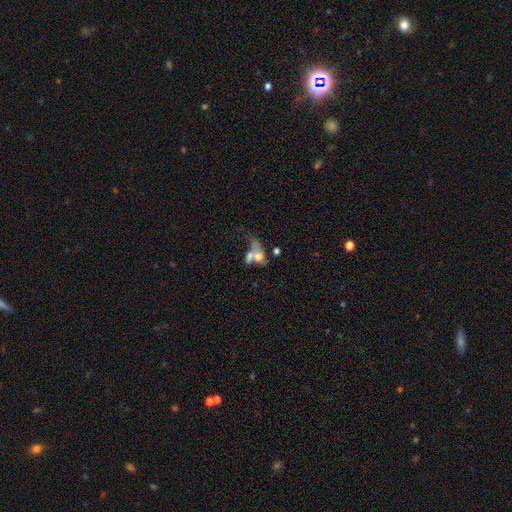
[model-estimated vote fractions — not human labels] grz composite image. It shows a smooth galaxy with no disk features (53%) that is in between round and cigar-shaped (68%). Merging: merger (61%).